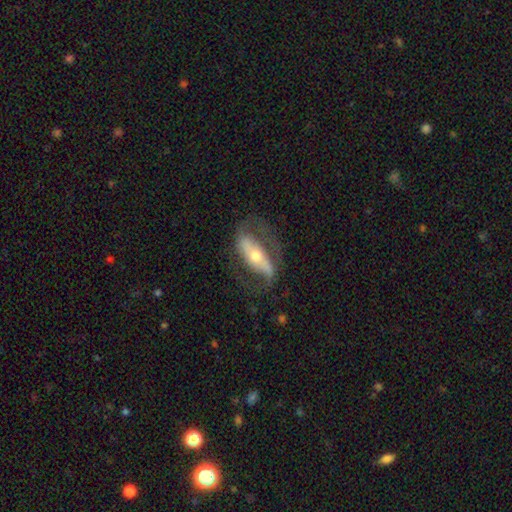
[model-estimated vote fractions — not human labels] Smooth or featured? Predicted: featured or disk (p=0.77). Edge-on disk? Predicted: no (p=0.82). Bar? Predicted: strong (p=0.60). Spiral arms? Predicted: yes (p=0.78). Bulge size? Predicted: moderate (p=0.55). Merging? Predicted: none (p=0.67).